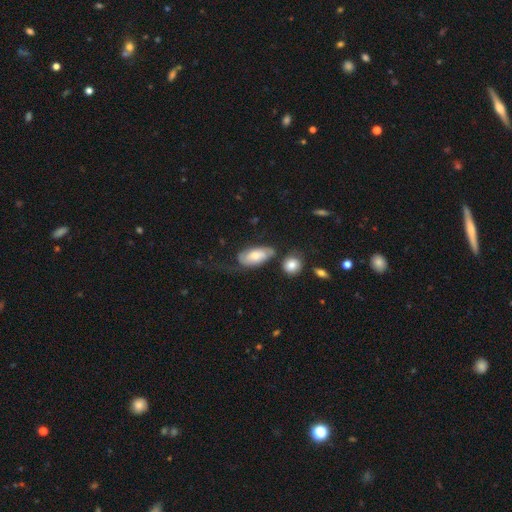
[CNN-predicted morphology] Smooth or featured? Predicted: smooth (p=0.53). How rounded? Predicted: in between (p=0.89). Merging? Predicted: none (p=0.45).